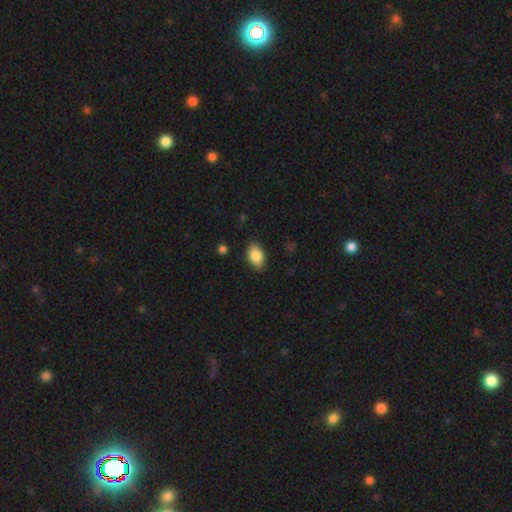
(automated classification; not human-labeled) A smooth galaxy with no disk features (87%) that is in between round and cigar-shaped (90%). Merging: none (86%).